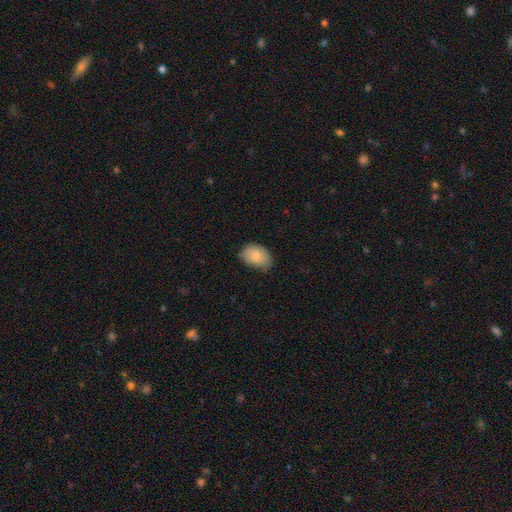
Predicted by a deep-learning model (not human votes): A smooth galaxy with no disk features (82%) that is in between round and cigar-shaped (85%). Merging: none (63%).